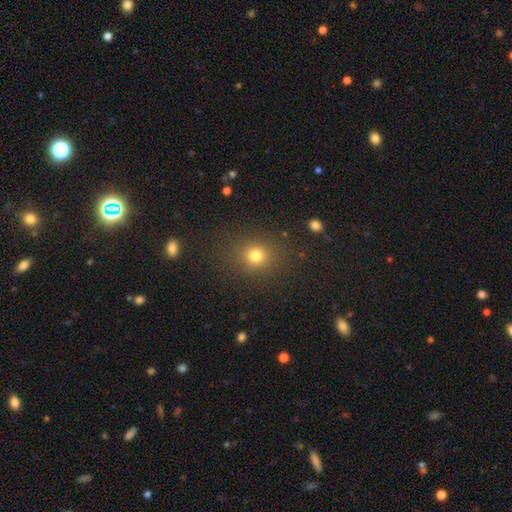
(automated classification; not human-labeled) Smooth or featured?
  - smooth: 77% *
  - star or artifact: 16%
  - featured or disk: 7%
How rounded?
  - round: 78% *
  - in between: 21%
  - cigar-shaped: 1%
Merging?
  - none: 85% *
  - minor disturbance: 9%
  - major disturbance: 4%
  - merger: 2%